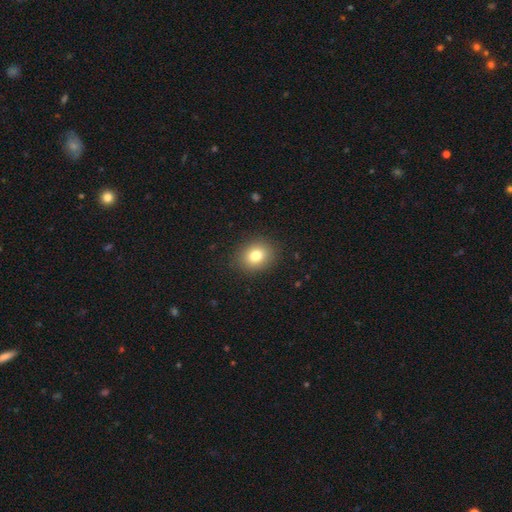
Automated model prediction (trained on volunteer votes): Q: Smooth or featured?
A: smooth (79%); runner-up: star or artifact (11%)
Q: How rounded?
A: round (64%); runner-up: in between (35%)
Q: Merging?
A: none (89%); runner-up: minor disturbance (7%)